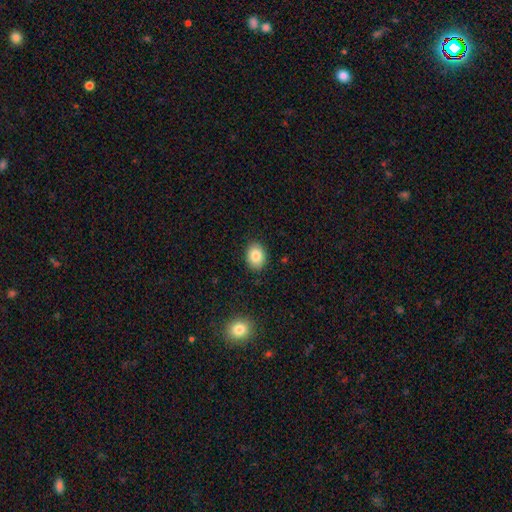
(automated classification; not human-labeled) smooth 85%, star or artifact 8%, featured or disk 6%. Down the decision tree: how rounded — in between (65%); merging — none (88%).